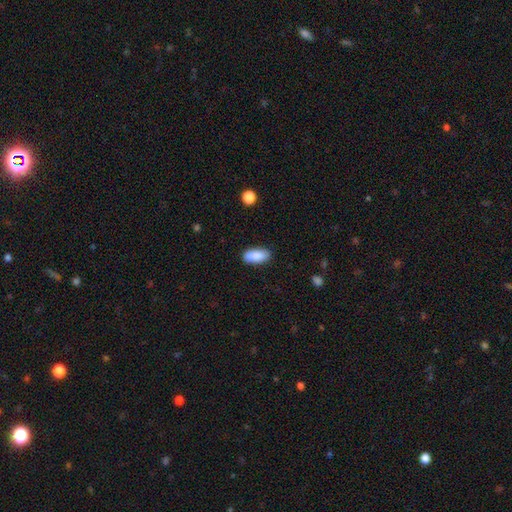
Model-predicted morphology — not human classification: This appears to be a smooth galaxy with no disk features (86%) that is in between round and cigar-shaped (87%). Merging: none (82%).